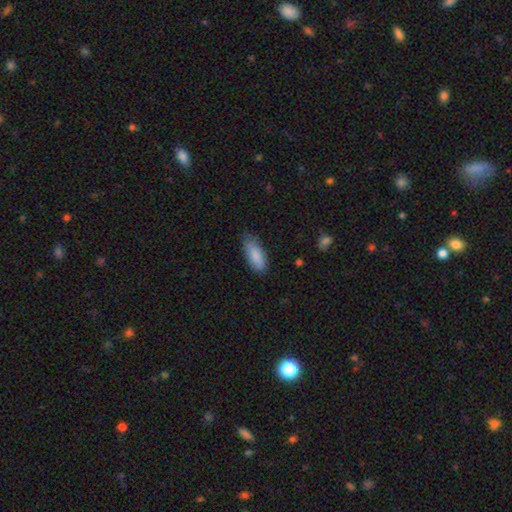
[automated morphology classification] Smooth or featured? Predicted: smooth (p=0.85). How rounded? Predicted: in between (p=0.82). Merging? Predicted: none (p=0.66).